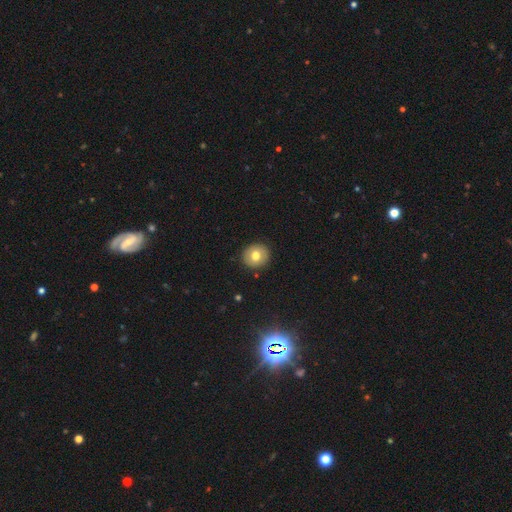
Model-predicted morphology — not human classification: Smooth or featured? Predicted: smooth (p=0.72). How rounded? Predicted: round (p=0.88). Merging? Predicted: none (p=0.90).